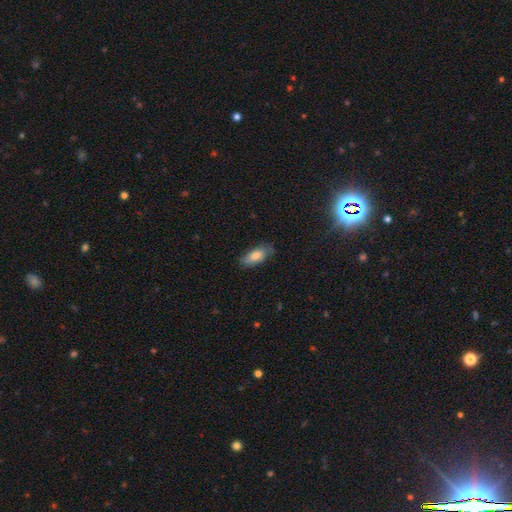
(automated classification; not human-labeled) smooth_or_featured: smooth (p=0.75) [alt: featured or disk p=0.17]
how_rounded: in between (p=0.80) [alt: cigar-shaped p=0.17]
merging: none (p=0.74) [alt: minor disturbance p=0.20]